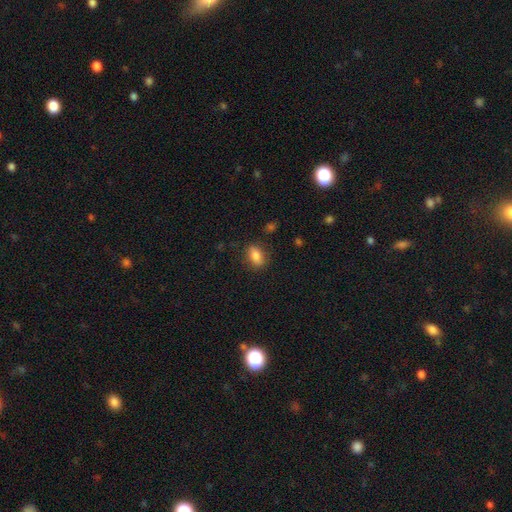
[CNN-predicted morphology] Smooth or featured?
  - smooth: 83% *
  - featured or disk: 9%
  - star or artifact: 8%
How rounded?
  - in between: 82% *
  - round: 13%
  - cigar-shaped: 5%
Merging?
  - none: 83% *
  - minor disturbance: 12%
  - major disturbance: 3%
  - merger: 2%